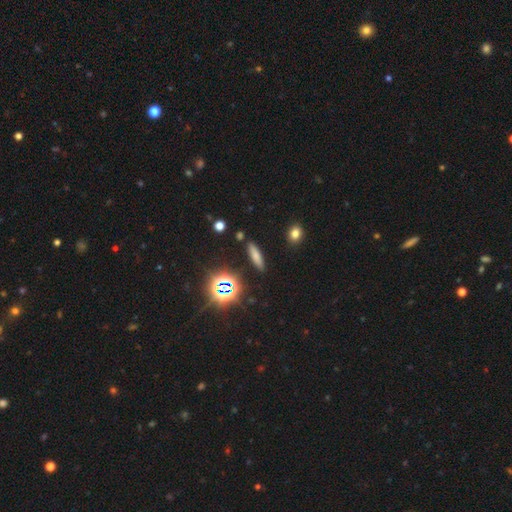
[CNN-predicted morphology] This appears to be a smooth galaxy with no disk features (66%) that is cigar-shaped (71%). Merging: none (87%).